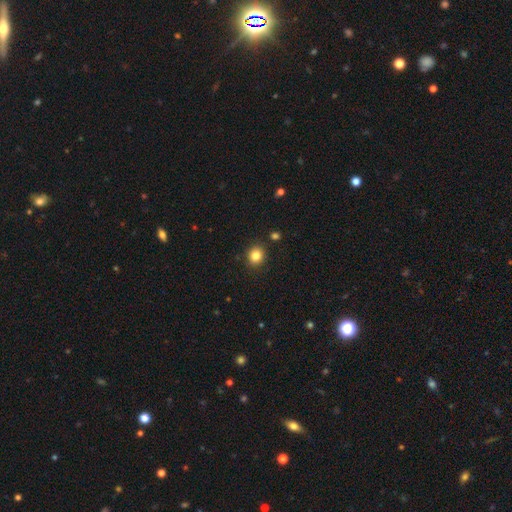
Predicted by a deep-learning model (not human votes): Overall: smooth (83%). How rounded: round (80%). Merging: none (89%).